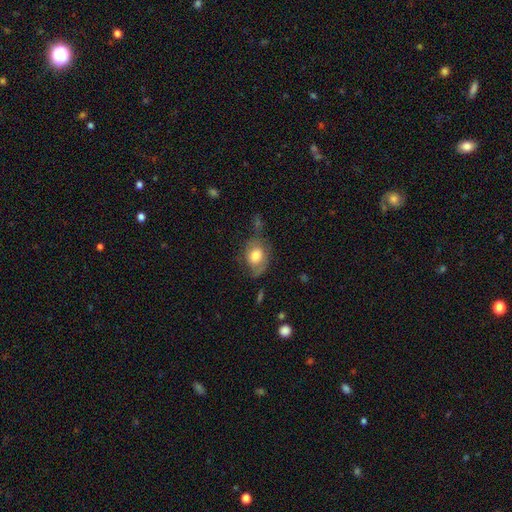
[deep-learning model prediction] Smooth or featured? smooth (63%)
How rounded? in between (61%)
Merging? none (47%)